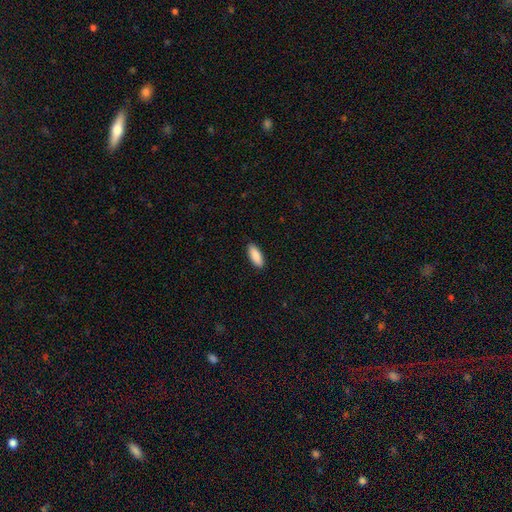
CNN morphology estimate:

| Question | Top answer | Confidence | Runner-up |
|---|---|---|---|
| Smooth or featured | smooth | 90% | star or artifact (5%) |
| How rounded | in between | 77% | cigar-shaped (21%) |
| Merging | none | 90% | minor disturbance (7%) |